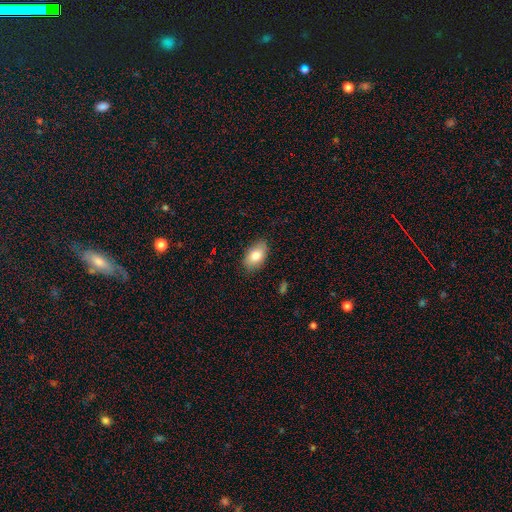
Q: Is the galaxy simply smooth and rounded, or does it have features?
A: smooth — 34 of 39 (87%).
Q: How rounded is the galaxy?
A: in between — 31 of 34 (91%).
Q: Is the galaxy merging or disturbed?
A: none — 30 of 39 (77%).